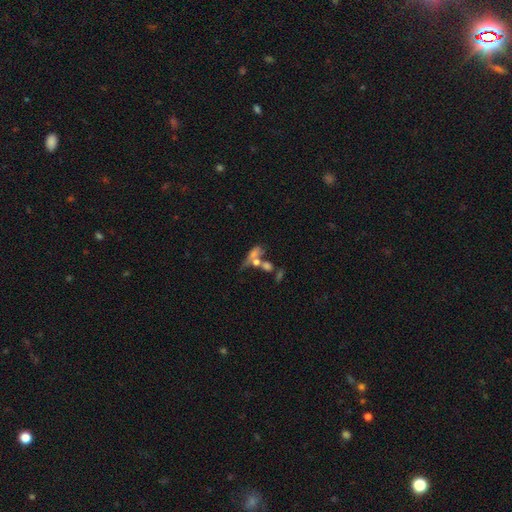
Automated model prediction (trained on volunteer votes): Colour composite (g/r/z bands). It shows a featured or disk galaxy (38%). Merging: merger (43%).